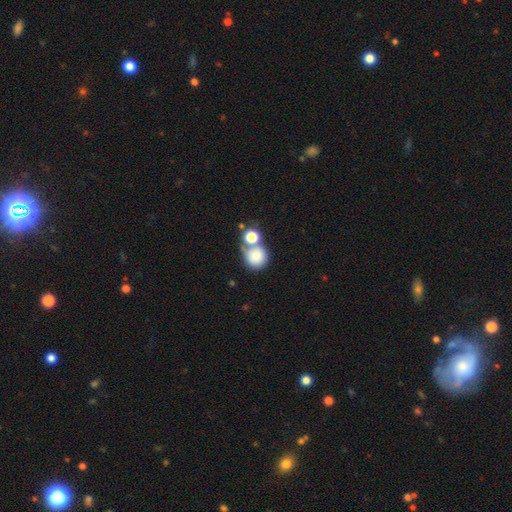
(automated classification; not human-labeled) smooth 80%, star or artifact 10%, featured or disk 10%. Down the decision tree: how rounded — round (85%); merging — merger (43%).